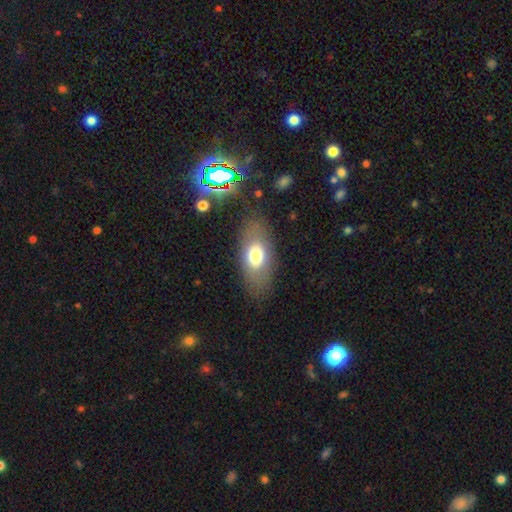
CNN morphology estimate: A smooth galaxy with no disk features (67%) that is in between round and cigar-shaped (86%).

Vote fractions:
- Smooth or featured? smooth: 67% / featured or disk: 24% / star or artifact: 9%
- How rounded? in between: 86% / cigar-shaped: 7% / round: 7%
- Merging? none: 80% / minor disturbance: 12% / major disturbance: 6% / merger: 2%